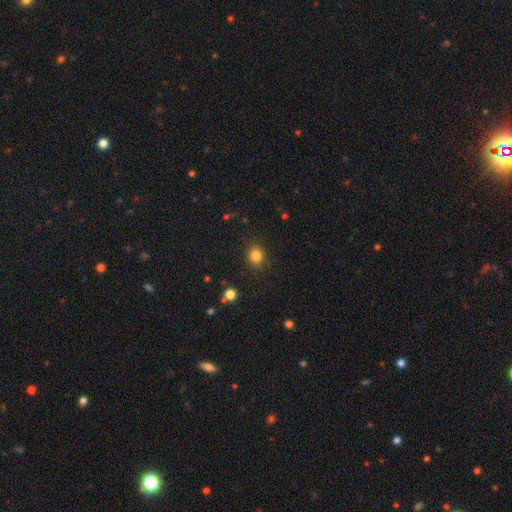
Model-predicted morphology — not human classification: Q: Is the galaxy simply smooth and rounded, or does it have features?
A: smooth — 82%.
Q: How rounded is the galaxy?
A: round — 79%.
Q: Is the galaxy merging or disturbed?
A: none — 89%.